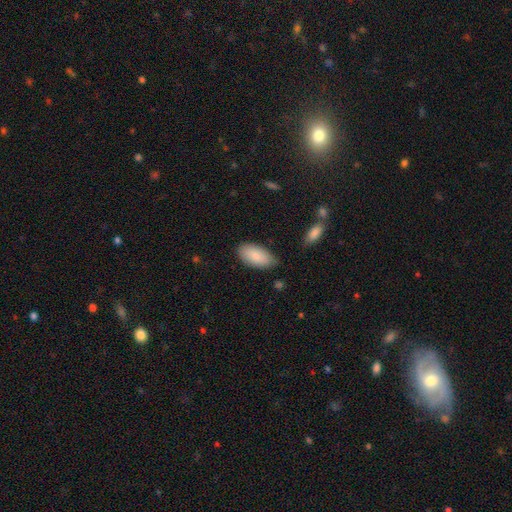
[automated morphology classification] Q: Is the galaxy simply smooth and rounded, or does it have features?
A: smooth — 87%.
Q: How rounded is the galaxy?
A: in between — 94%.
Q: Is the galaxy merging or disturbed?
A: none — 80%.